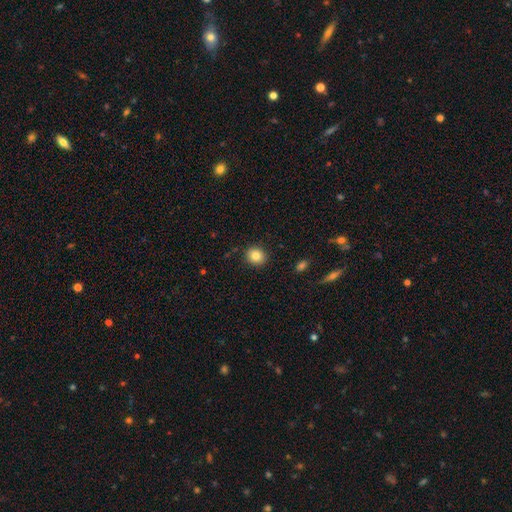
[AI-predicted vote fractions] Smooth or featured? smooth (84%)
How rounded? round (76%)
Merging? none (89%)